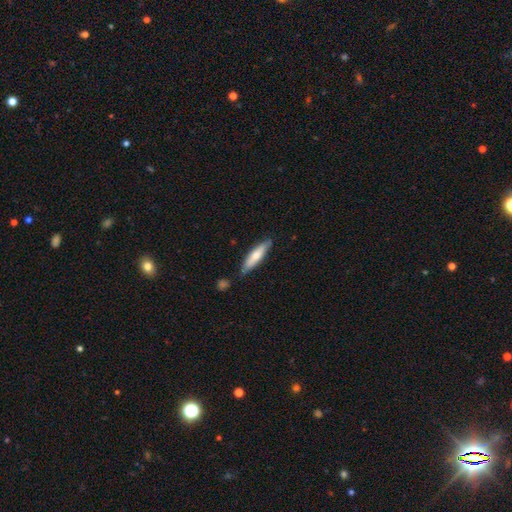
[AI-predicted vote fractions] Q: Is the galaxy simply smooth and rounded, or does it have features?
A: smooth — 63%.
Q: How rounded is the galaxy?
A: cigar-shaped — 78%.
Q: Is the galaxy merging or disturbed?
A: none — 79%.